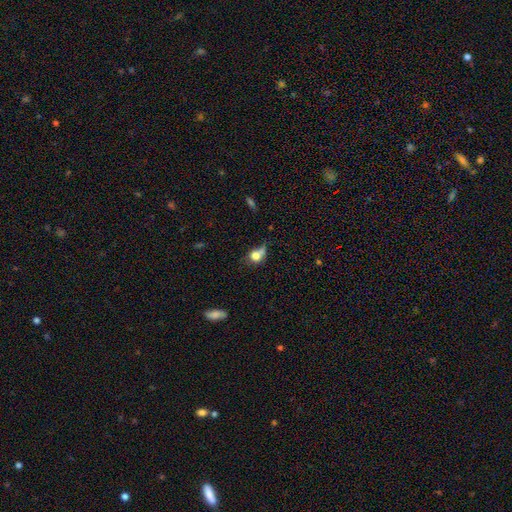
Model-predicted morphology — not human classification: Smooth or featured?
  - smooth: 74% *
  - featured or disk: 15%
  - star or artifact: 11%
How rounded?
  - round: 57% *
  - in between: 40%
  - cigar-shaped: 3%
Merging?
  - none: 33% *
  - minor disturbance: 25%
  - merger: 23%
  - major disturbance: 19%